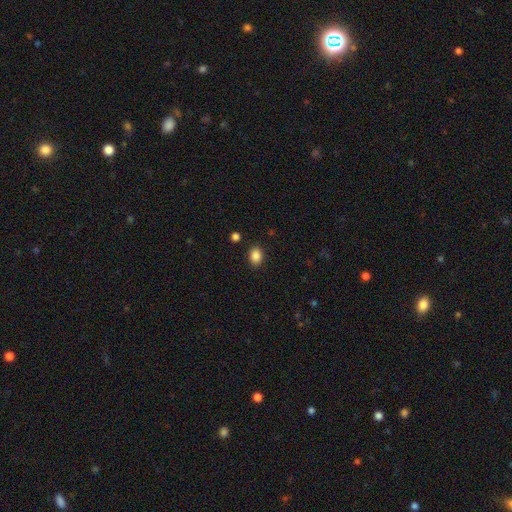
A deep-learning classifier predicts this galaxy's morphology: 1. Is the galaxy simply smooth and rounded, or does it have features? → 87% smooth, 9% star or artifact, 4% featured or disk.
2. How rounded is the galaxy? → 68% in between, 31% round, 1% cigar-shaped.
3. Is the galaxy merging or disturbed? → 87% none, 8% minor disturbance, 2% major disturbance, 2% merger.